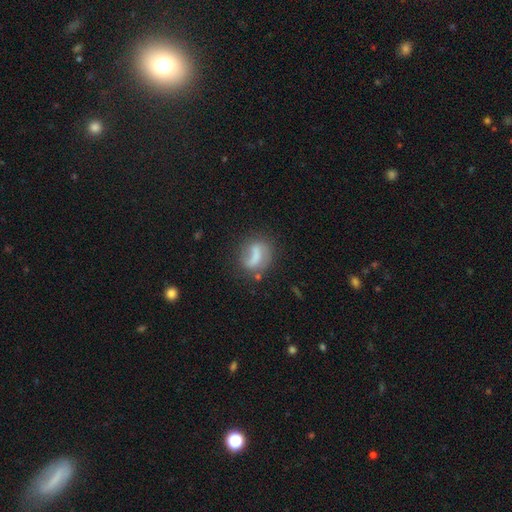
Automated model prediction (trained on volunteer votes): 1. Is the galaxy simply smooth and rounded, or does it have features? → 48% smooth, 43% featured or disk, 10% star or artifact.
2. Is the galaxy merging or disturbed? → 49% none, 24% minor disturbance, 18% major disturbance, 9% merger.